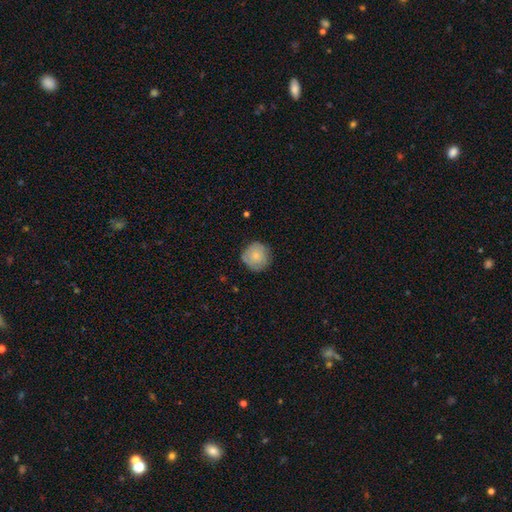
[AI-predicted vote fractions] Morphology: type=smooth (75%); roundness=round (93%); merging=none (79%).